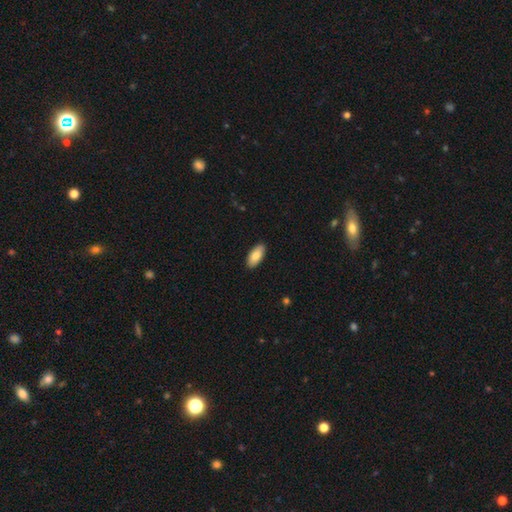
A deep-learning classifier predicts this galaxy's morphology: type=smooth (83%); roundness=in between (90%); merging=none (90%).